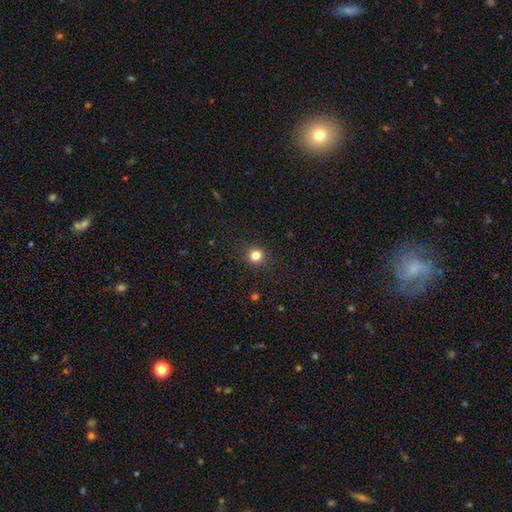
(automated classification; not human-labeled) Smooth or featured?
  - smooth: 82% *
  - star or artifact: 13%
  - featured or disk: 5%
How rounded?
  - round: 91% *
  - in between: 8%
  - cigar-shaped: 1%
Merging?
  - none: 91% *
  - minor disturbance: 6%
  - major disturbance: 2%
  - merger: 1%